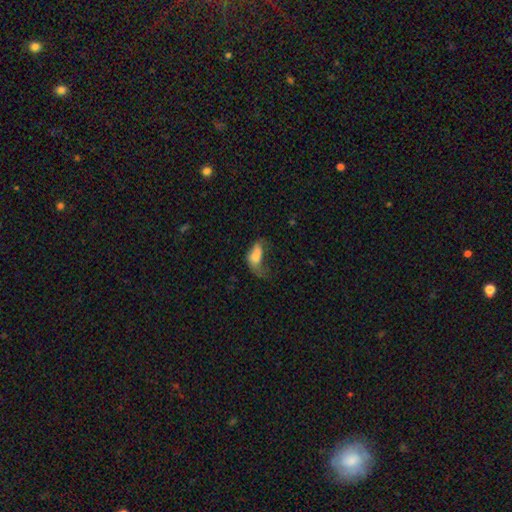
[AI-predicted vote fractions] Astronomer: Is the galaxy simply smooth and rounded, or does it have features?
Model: smooth — 66%.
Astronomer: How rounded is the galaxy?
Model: in between — 89%.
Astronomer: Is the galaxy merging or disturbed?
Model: major disturbance — 55%.